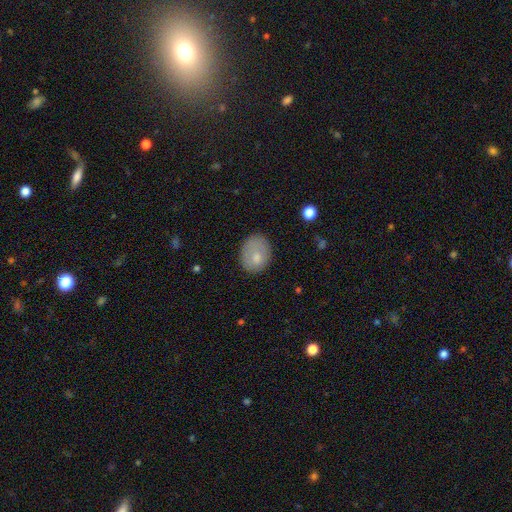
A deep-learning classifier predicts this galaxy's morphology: Smooth or featured?
  - smooth: 76% *
  - featured or disk: 17%
  - star or artifact: 7%
How rounded?
  - in between: 56% *
  - round: 43%
  - cigar-shaped: 1%
Merging?
  - none: 68% *
  - minor disturbance: 23%
  - major disturbance: 8%
  - merger: 2%